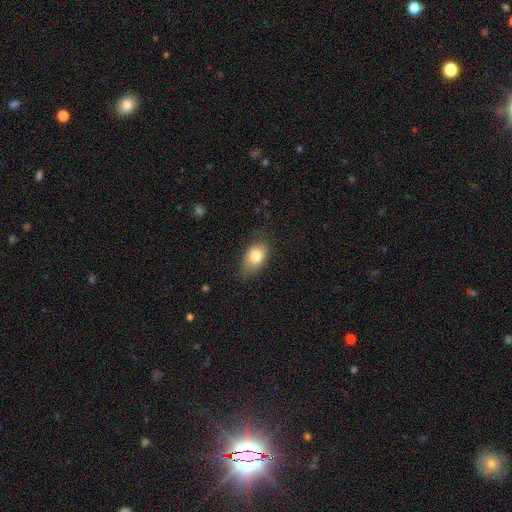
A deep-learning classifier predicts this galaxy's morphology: Smooth or featured: smooth — 79% (featured or disk — 13%)
How rounded: in between — 86% (round — 12%)
Merging: none — 71% (minor disturbance — 22%)